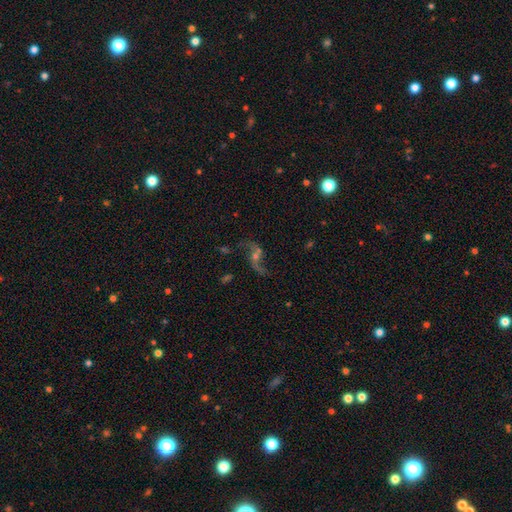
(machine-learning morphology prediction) This appears to be a featured or disk galaxy (82%) with no bar (58%), 2 (92%) loose (88%) spiral arms (94%) and a small central bulge (48%). Merging: none (70%).